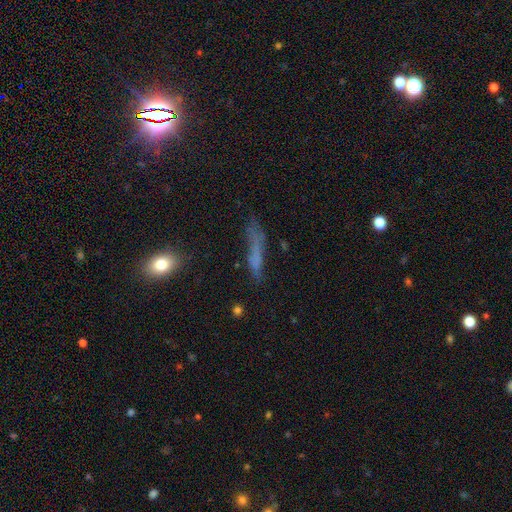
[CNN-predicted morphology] smooth-or-featured: smooth: 56% | featured or disk: 28% | star or artifact: 16%
  how-rounded: cigar-shaped: 85% | in between: 12% | round: 3%
  merging: none: 55% | minor disturbance: 25% | major disturbance: 16% | merger: 4%